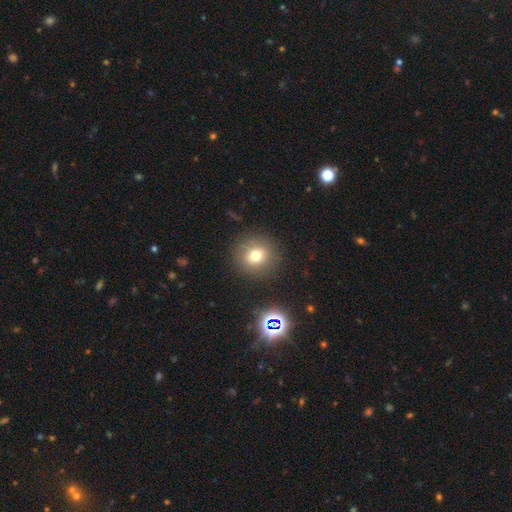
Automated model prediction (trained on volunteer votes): Smooth or featured? Predicted: smooth (p=0.72). How rounded? Predicted: round (p=0.91). Merging? Predicted: none (p=0.88).